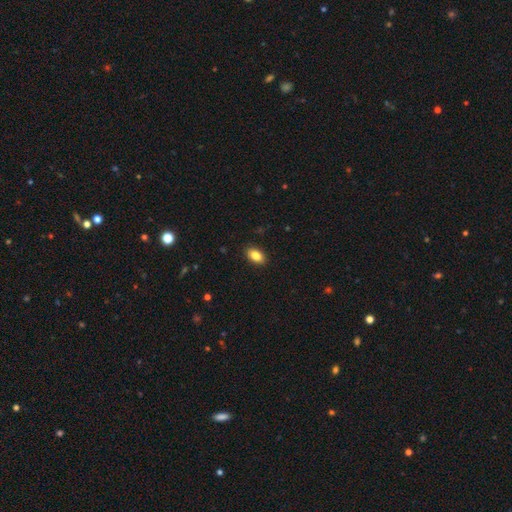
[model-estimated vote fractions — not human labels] A smooth galaxy with no disk features (85%) that is in between round and cigar-shaped (90%). Merging: none (90%).